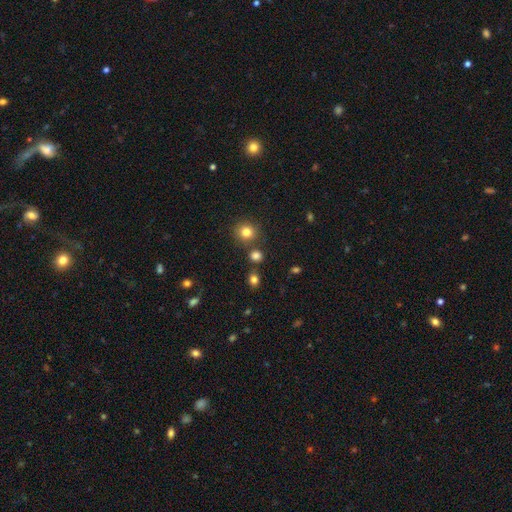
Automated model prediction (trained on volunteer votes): Smooth or featured? Predicted: smooth (p=0.80). How rounded? Predicted: round (p=0.75). Merging? Predicted: none (p=0.76).